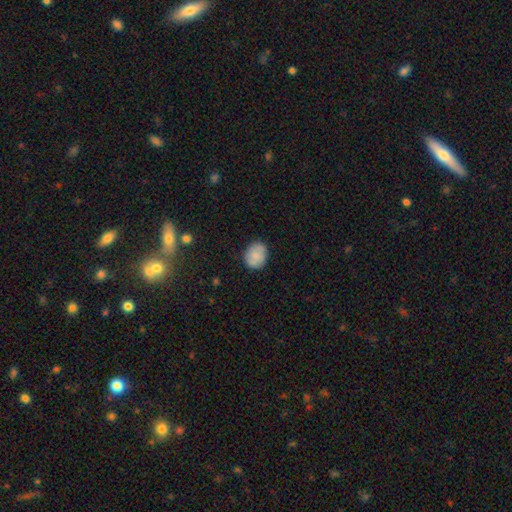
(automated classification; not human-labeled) Smooth or featured: smooth — 80% (featured or disk — 13%)
How rounded: round — 59% (in between — 40%)
Merging: none — 82% (minor disturbance — 14%)